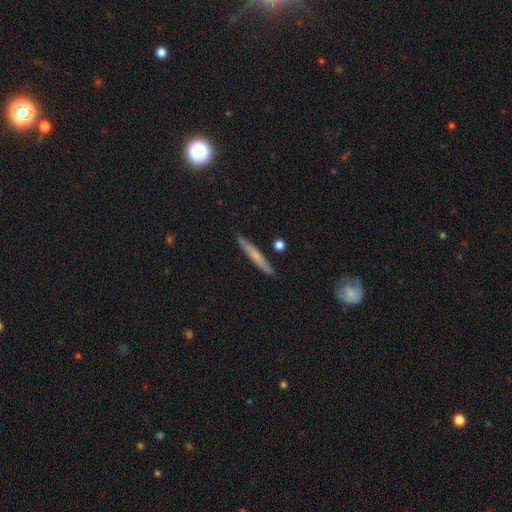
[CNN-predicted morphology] Smooth or featured: smooth — 54% (featured or disk — 40%)
How rounded: cigar-shaped — 95% (in between — 3%)
Merging: none — 87% (minor disturbance — 9%)